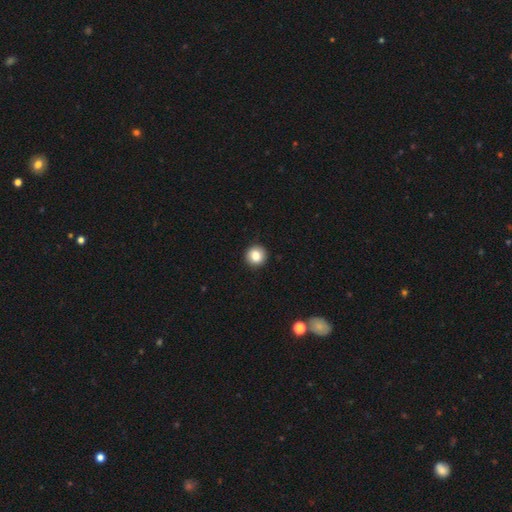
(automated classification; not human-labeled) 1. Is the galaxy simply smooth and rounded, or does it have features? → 86% smooth, 9% star or artifact, 5% featured or disk.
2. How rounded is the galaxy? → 93% round, 6% in between, 1% cigar-shaped.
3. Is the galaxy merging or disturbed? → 92% none, 6% minor disturbance, 2% major disturbance, 1% merger.